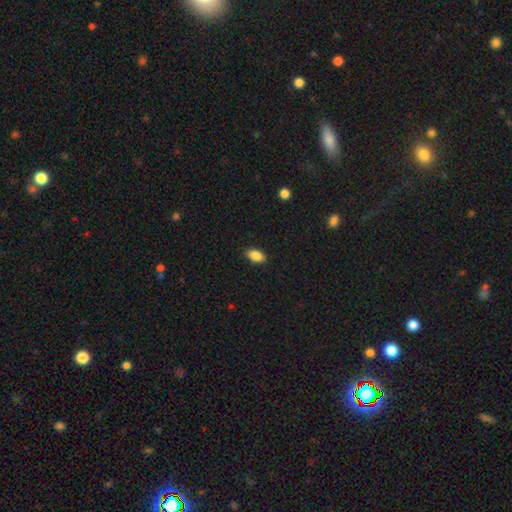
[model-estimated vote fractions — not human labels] smooth_or_featured: smooth (p=0.88) [alt: star or artifact p=0.08]
how_rounded: in between (p=0.92) [alt: round p=0.05]
merging: none (p=0.89) [alt: minor disturbance p=0.08]